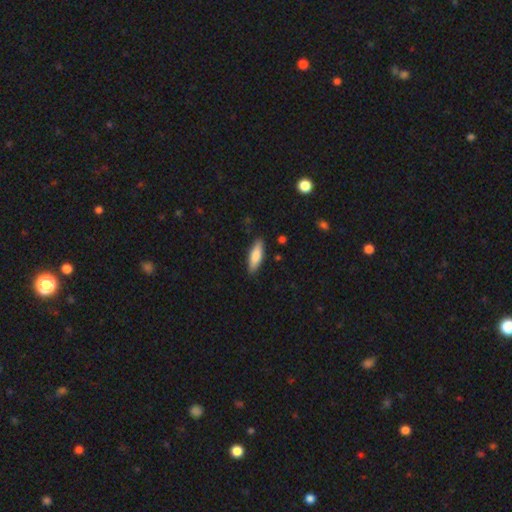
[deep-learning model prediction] A smooth galaxy with no disk features (78%) that is cigar-shaped (52%).

Vote fractions:
- Smooth or featured? smooth: 78% / featured or disk: 17% / star or artifact: 6%
- How rounded? cigar-shaped: 52% / in between: 46% / round: 2%
- Merging? none: 87% / minor disturbance: 10% / major disturbance: 2% / merger: 1%